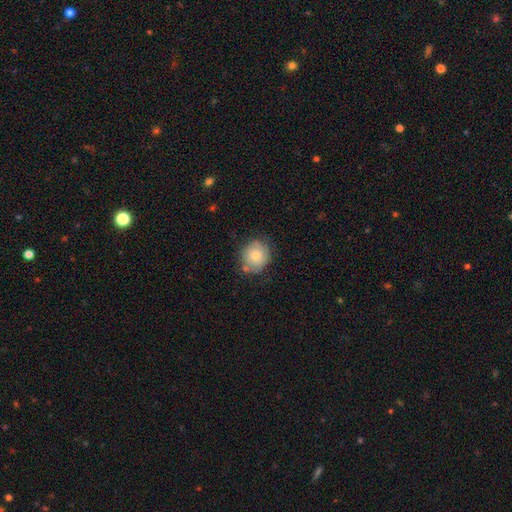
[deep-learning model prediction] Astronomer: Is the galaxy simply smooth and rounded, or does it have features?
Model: smooth — 73%.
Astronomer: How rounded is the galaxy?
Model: round — 83%.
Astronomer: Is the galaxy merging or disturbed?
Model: none — 67%.